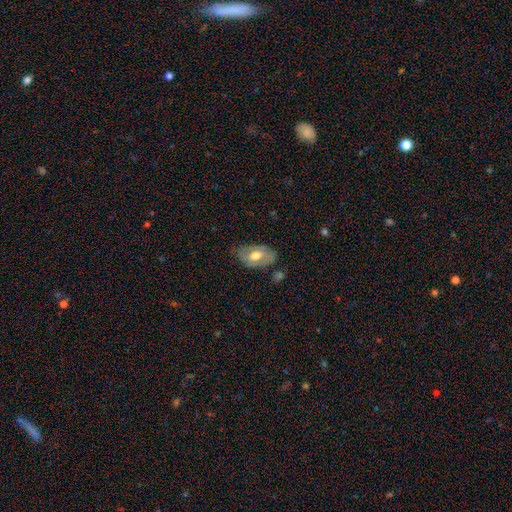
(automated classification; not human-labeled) Smooth or featured? smooth (47%)
Merging? none (67%)